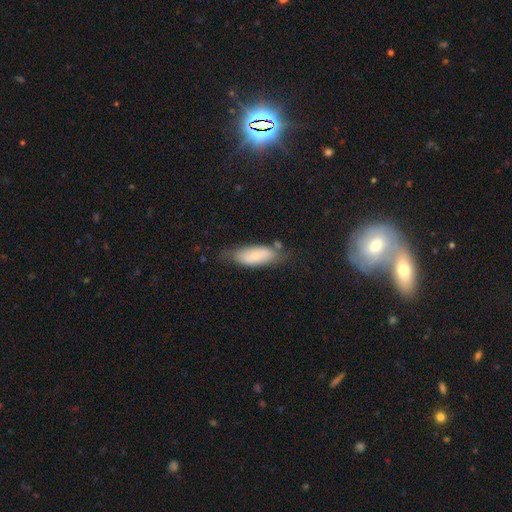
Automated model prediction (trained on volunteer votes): Overall: smooth (69%). How rounded: in between (74%). Merging: none (61%; minor disturbance 26%).